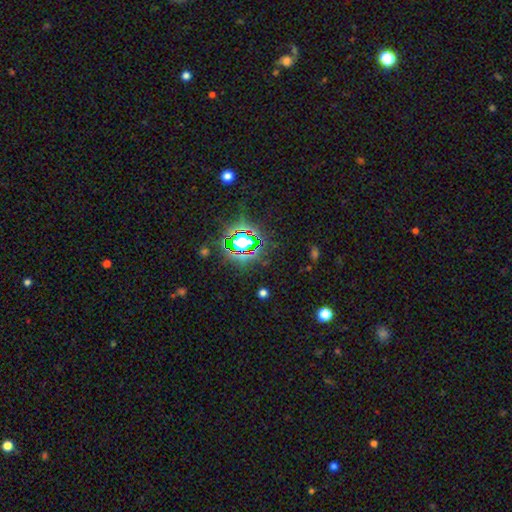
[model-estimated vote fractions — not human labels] A star or artifact, not a galaxy (78%).